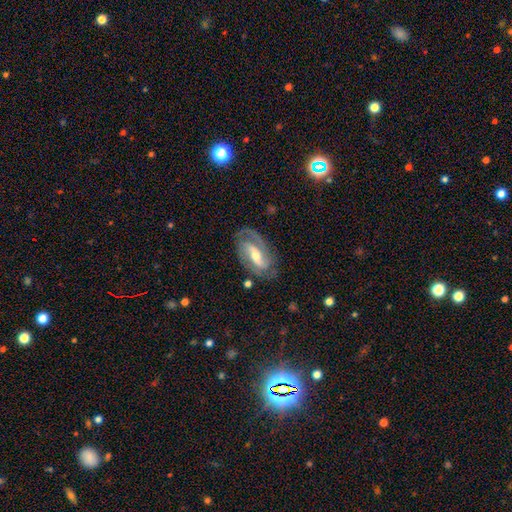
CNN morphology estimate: This is clearly a featured or disk galaxy (83%). It is clearly not viewed edge-on (94%). Bar: marginally strong (40%). Spiral arm pattern: clearly yes (93%). Spiral arm count: likely 2 (72%). Spiral winding: marginally medium (44%). Central bulge: likely moderate (61%). Merging: likely none (73%).